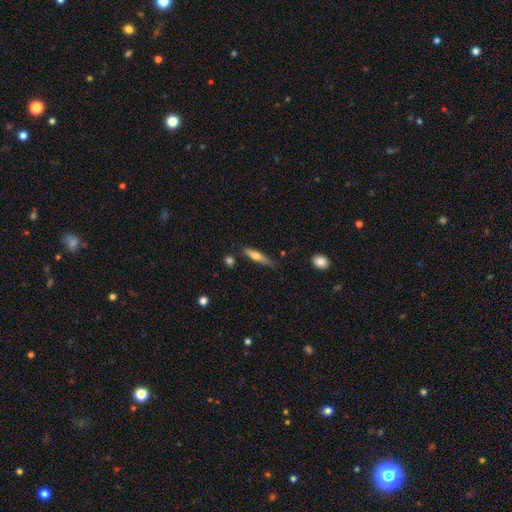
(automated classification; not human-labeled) This appears to be a smooth galaxy with no disk features (53%) that is cigar-shaped (84%). Merging: none (76%).